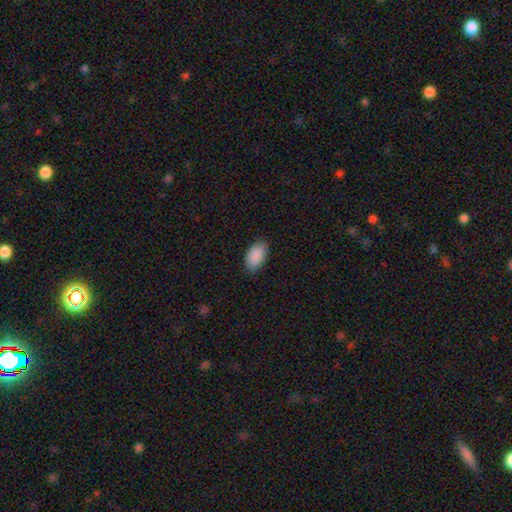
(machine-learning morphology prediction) A smooth galaxy with no disk features (90%) that is in between round and cigar-shaped (95%). Merging: none (82%).